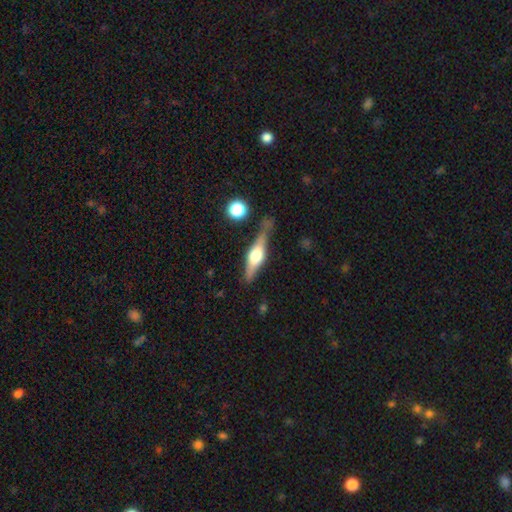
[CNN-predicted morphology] The model was most divided on "smooth or featured": featured or disk: 68%, smooth: 26%, star or artifact: 6%. More confident: edge-on disk — yes (95%); edge-on bulge — rounded (90%); merging — none (72%).